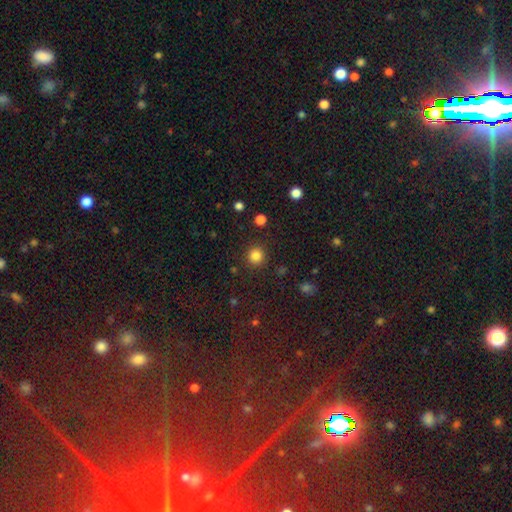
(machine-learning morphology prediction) Smooth or featured?
  - smooth: 83% *
  - star or artifact: 13%
  - featured or disk: 4%
How rounded?
  - round: 93% *
  - in between: 6%
  - cigar-shaped: 1%
Merging?
  - none: 90% *
  - minor disturbance: 6%
  - major disturbance: 3%
  - merger: 2%